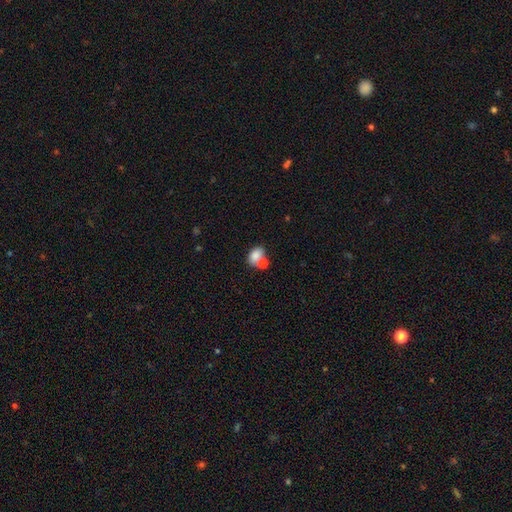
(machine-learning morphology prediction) Smooth or featured: smooth — 80% (featured or disk — 11%)
How rounded: in between — 80% (round — 19%)
Merging: merger — 46% (none — 37%)